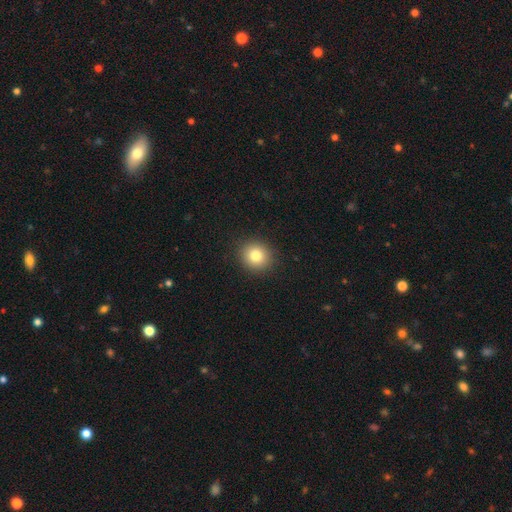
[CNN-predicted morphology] Overall: smooth (81%). How rounded: round (88%). Merging: none (91%).